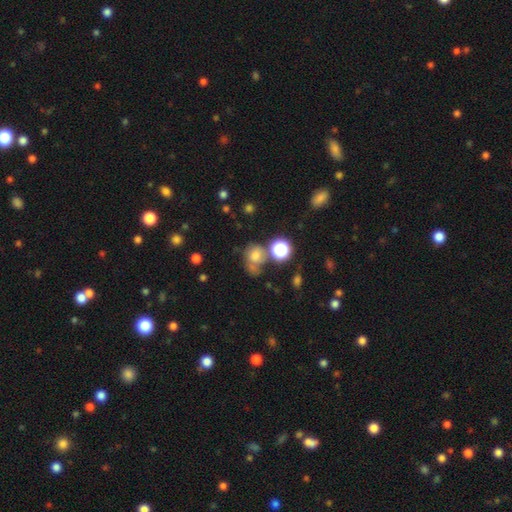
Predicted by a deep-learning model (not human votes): smooth-or-featured: smooth: 59% | star or artifact: 24% | featured or disk: 17%
  how-rounded: round: 69% | in between: 29% | cigar-shaped: 1%
  merging: none: 45% | minor disturbance: 21% | merger: 18% | major disturbance: 17%